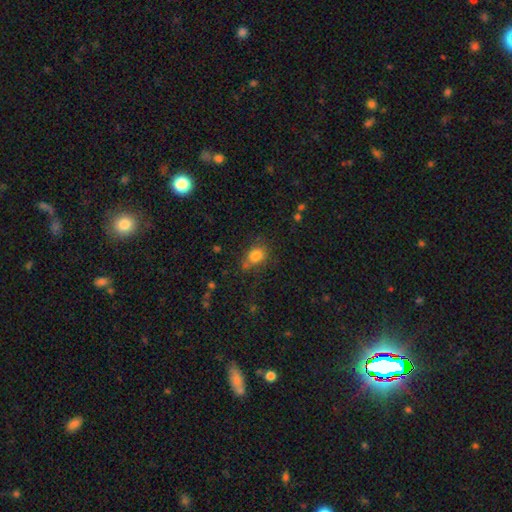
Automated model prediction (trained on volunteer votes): This appears to be a smooth galaxy with no disk features (81%) that is round (53%). Merging: none (65%).